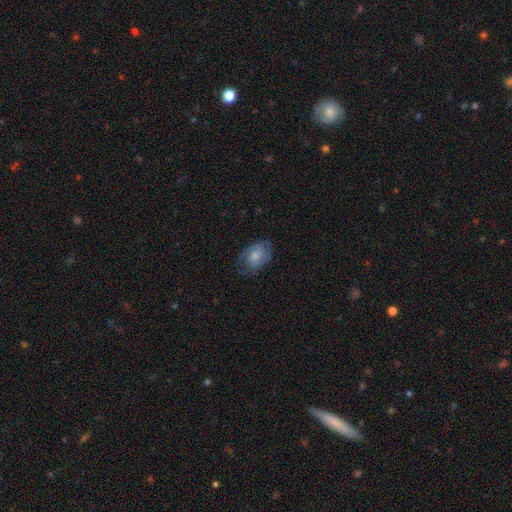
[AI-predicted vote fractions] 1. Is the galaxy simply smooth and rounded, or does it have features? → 48% smooth, 44% featured or disk, 7% star or artifact.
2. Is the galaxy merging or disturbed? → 60% none, 25% minor disturbance, 13% major disturbance, 1% merger.